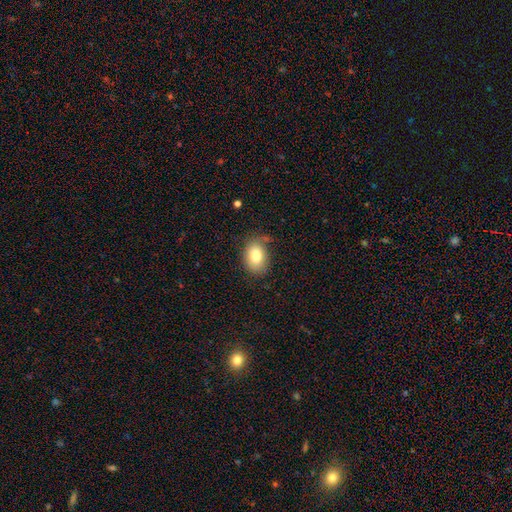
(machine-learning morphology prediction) smooth 79%, featured or disk 12%, star or artifact 9%. Down the decision tree: how rounded — in between (73%); merging — none (72%).